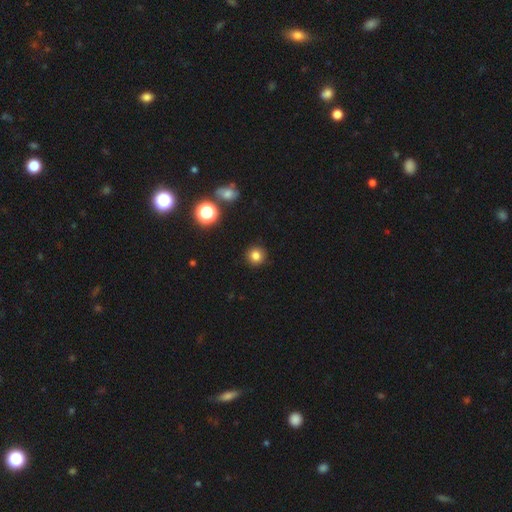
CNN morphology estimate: A smooth galaxy with no disk features (81%) that is round (94%). Merging: none (92%).